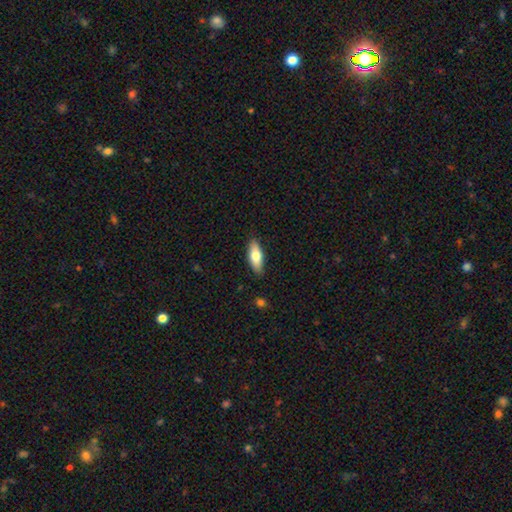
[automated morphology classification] smooth-or-featured: smooth: 70% | featured or disk: 24% | star or artifact: 6%
  how-rounded: in between: 68% | cigar-shaped: 30% | round: 2%
  merging: none: 88% | minor disturbance: 9% | major disturbance: 2% | merger: 1%